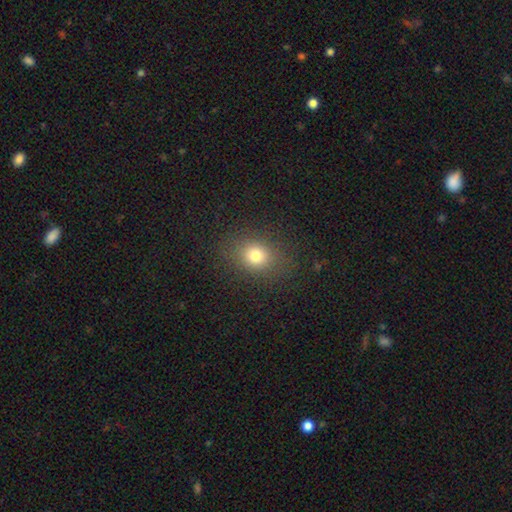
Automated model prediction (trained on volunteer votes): The model was most divided on "how rounded": round: 60%, in between: 39%, cigar-shaped: 1%. More confident: merging — none (85%); smooth or featured — smooth (76%).